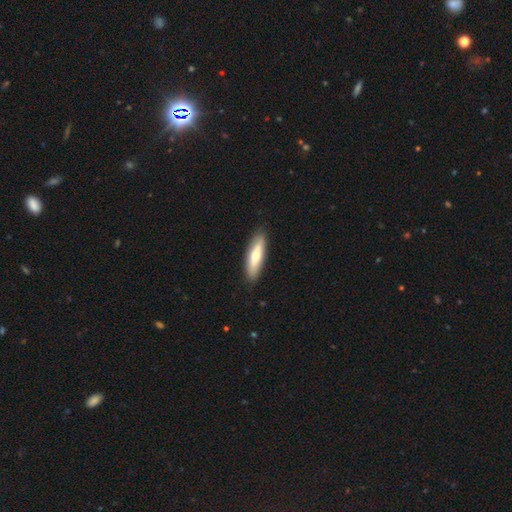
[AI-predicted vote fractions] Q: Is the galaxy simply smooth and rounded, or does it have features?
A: smooth — 56%.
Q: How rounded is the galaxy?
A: cigar-shaped — 60%.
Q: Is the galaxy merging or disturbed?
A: none — 88%.